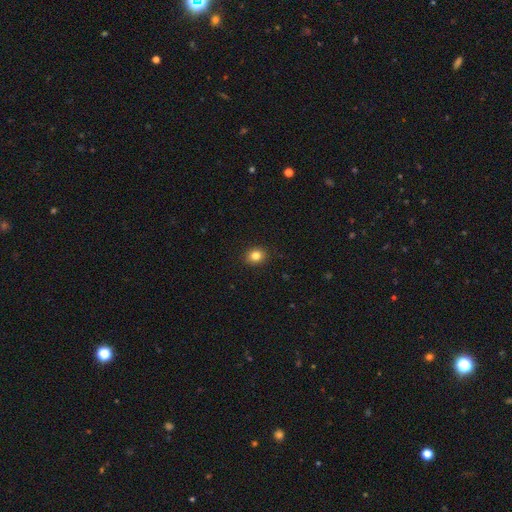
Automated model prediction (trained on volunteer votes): smooth_or_featured: smooth (p=0.83) [alt: star or artifact p=0.11]
how_rounded: round (p=0.69) [alt: in between p=0.30]
merging: none (p=0.91) [alt: minor disturbance p=0.06]